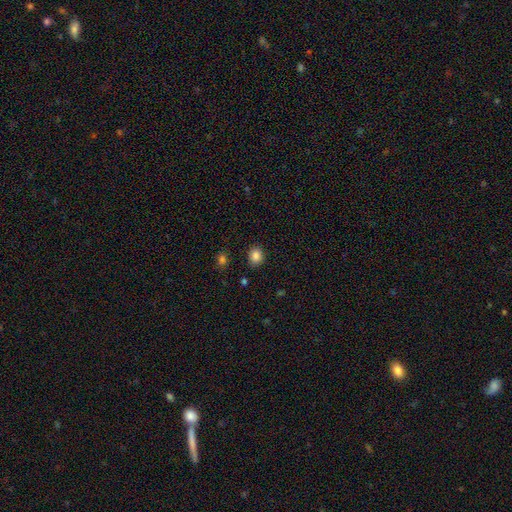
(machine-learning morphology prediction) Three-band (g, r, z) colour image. It shows a smooth galaxy with no disk features (85%) that is round (62%). Merging: none (87%).